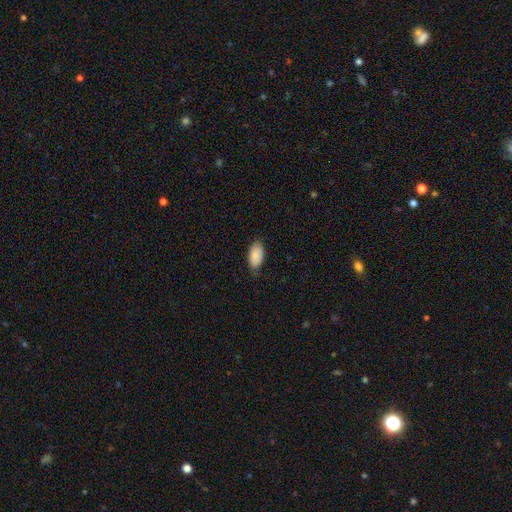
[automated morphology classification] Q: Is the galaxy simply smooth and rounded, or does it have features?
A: smooth — 87%.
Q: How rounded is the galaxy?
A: in between — 95%.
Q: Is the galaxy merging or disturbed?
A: none — 74%.